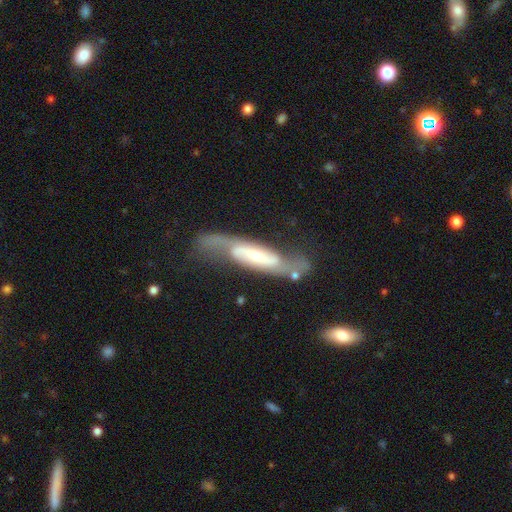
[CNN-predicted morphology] Smooth or featured? Predicted: featured or disk (p=0.77). Edge-on disk? Predicted: no (p=0.78). Bar? Predicted: no (p=0.36). Spiral arms? Predicted: yes (p=0.89). Spiral winding? Predicted: loose (p=0.45). Spiral arm count? Predicted: 2 (p=0.84). Bulge size? Predicted: small (p=0.57). Merging? Predicted: none (p=0.52).